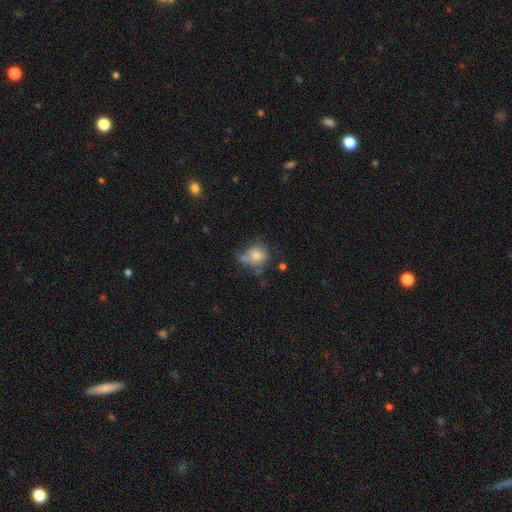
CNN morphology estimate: This appears to be a smooth galaxy with no disk features (74%) that is round (69%). Merging: none (40%).